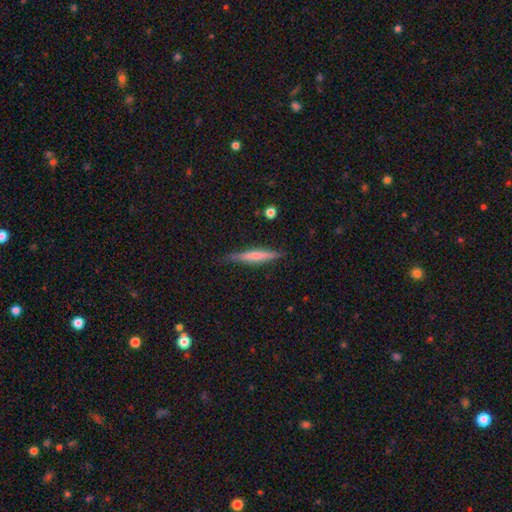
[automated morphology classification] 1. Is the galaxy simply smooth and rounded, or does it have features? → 48% smooth, 46% featured or disk, 6% star or artifact.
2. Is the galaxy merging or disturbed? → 84% none, 12% minor disturbance, 2% major disturbance, 1% merger.